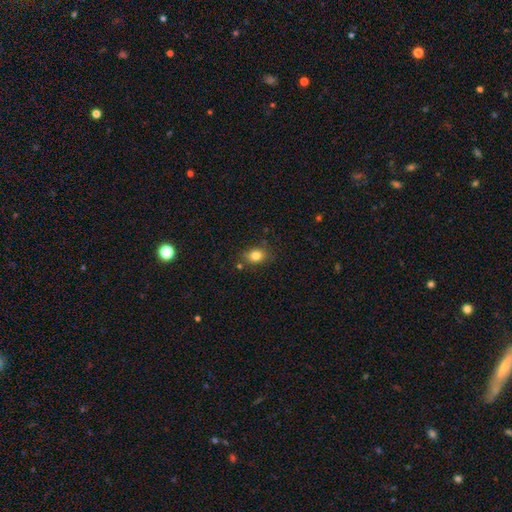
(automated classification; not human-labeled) smooth 82%, star or artifact 10%, featured or disk 8%. Down the decision tree: how rounded — in between (64%); merging — none (77%).